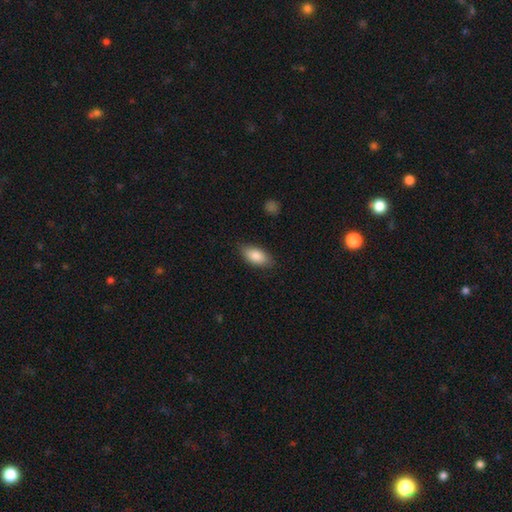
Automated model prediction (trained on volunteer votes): Q: Smooth or featured?
A: smooth (85%); runner-up: featured or disk (8%)
Q: How rounded?
A: in between (90%); runner-up: cigar-shaped (8%)
Q: Merging?
A: none (83%); runner-up: minor disturbance (13%)